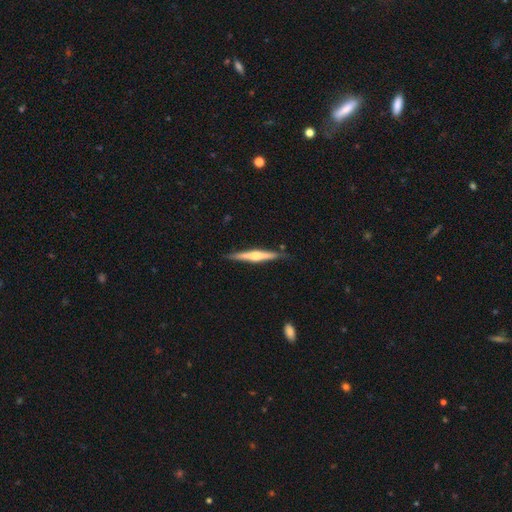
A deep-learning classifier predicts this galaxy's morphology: Smooth or featured: featured or disk — 69% (smooth — 26%)
Edge-on disk: yes — 98% (no — 2%)
Edge-on bulge: rounded — 87% (none — 7%)
Merging: none — 87% (minor disturbance — 10%)